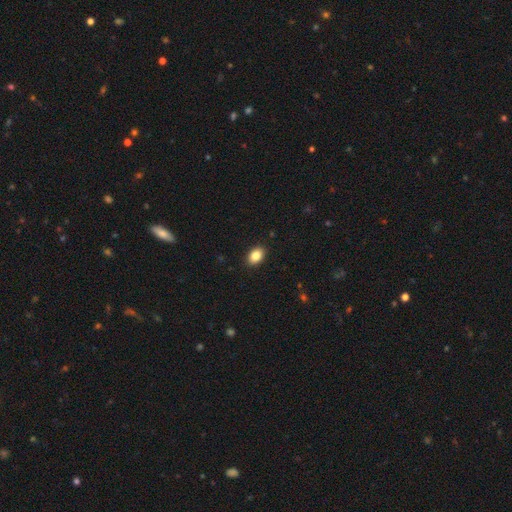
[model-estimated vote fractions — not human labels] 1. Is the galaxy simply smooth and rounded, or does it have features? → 86% smooth, 8% star or artifact, 6% featured or disk.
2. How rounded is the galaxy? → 84% in between, 15% round, 1% cigar-shaped.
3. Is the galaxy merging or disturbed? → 90% none, 7% minor disturbance, 2% major disturbance, 1% merger.